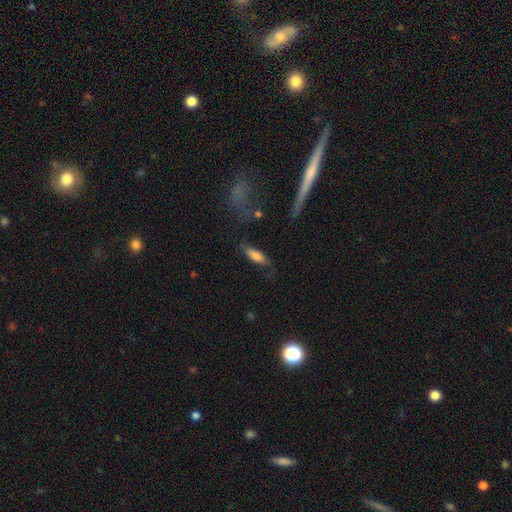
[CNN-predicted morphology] This appears to be a smooth galaxy with no disk features (68%) that is in between round and cigar-shaped (55%). Merging: none (57%).